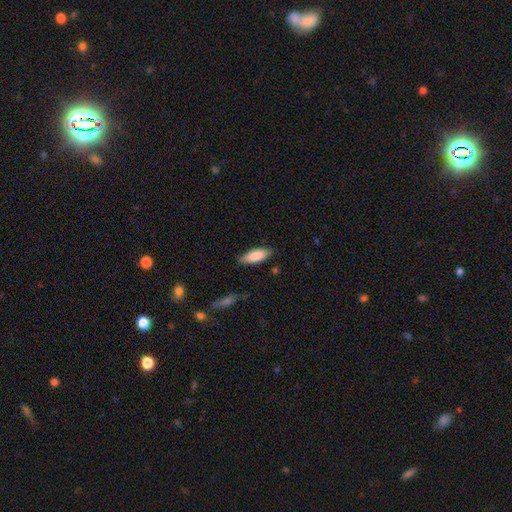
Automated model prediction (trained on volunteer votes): A smooth galaxy with no disk features (84%) that is in between round and cigar-shaped (67%).

Vote fractions:
- Smooth or featured? smooth: 84% / featured or disk: 10% / star or artifact: 6%
- How rounded? in between: 67% / cigar-shaped: 31% / round: 2%
- Merging? none: 83% / minor disturbance: 13% / major disturbance: 3% / merger: 2%